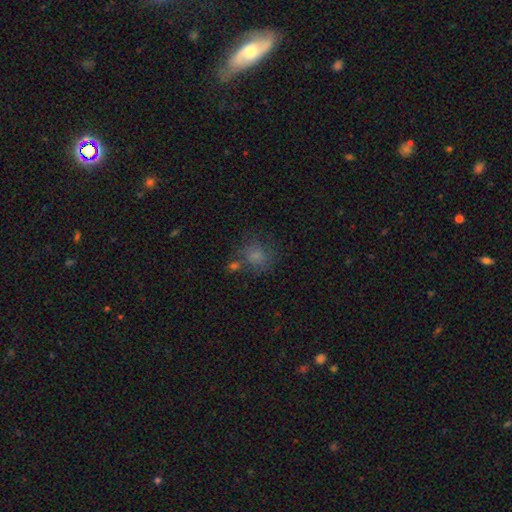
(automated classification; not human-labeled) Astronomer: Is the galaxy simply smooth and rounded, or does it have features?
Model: smooth — 69%.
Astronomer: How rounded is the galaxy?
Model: round — 70%.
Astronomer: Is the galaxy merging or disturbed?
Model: none — 53%.